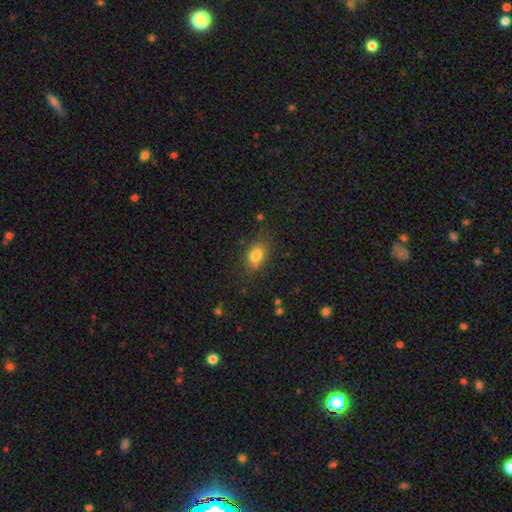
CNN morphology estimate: Q: Smooth or featured?
A: smooth (83%); runner-up: star or artifact (9%)
Q: How rounded?
A: in between (81%); runner-up: round (17%)
Q: Merging?
A: none (73%); runner-up: minor disturbance (19%)